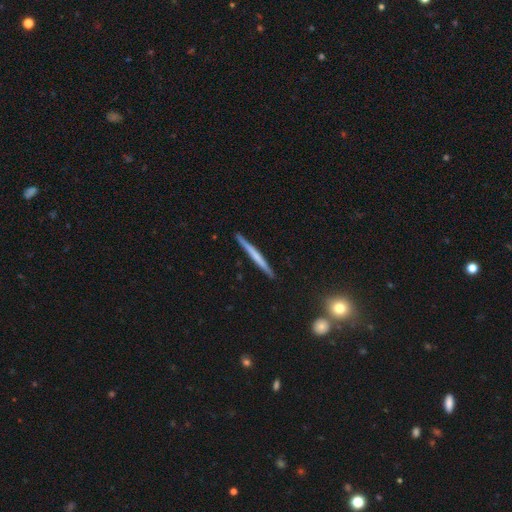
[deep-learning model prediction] Smooth or featured? featured or disk (51%)
Edge-on disk? yes (97%)
Merging? none (91%)